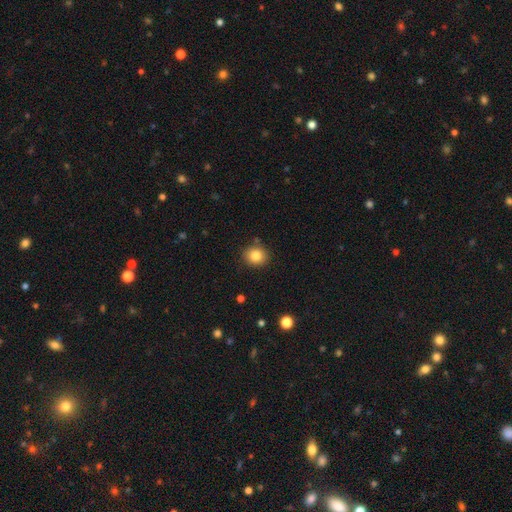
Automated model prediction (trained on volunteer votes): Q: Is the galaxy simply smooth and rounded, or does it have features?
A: smooth — 83%.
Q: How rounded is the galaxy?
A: round — 78%.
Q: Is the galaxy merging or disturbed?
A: none — 85%.